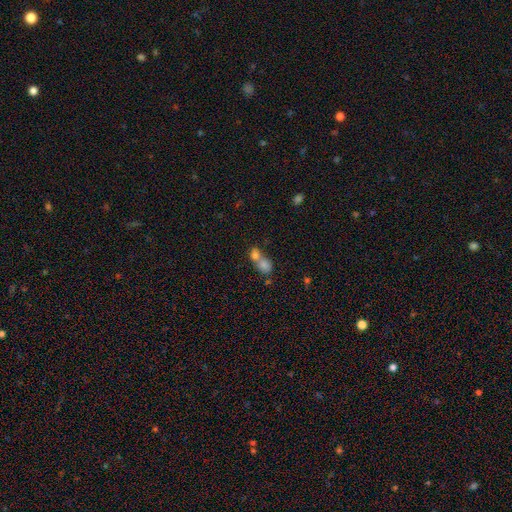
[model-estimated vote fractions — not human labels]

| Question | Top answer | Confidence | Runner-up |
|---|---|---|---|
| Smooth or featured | smooth | 77% | featured or disk (12%) |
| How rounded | in between | 54% | round (44%) |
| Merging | merger | 69% | none (22%) |